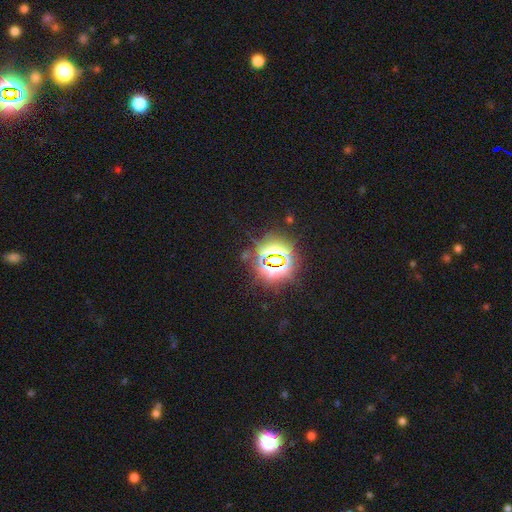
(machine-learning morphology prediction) Smooth or featured? star or artifact (81%)